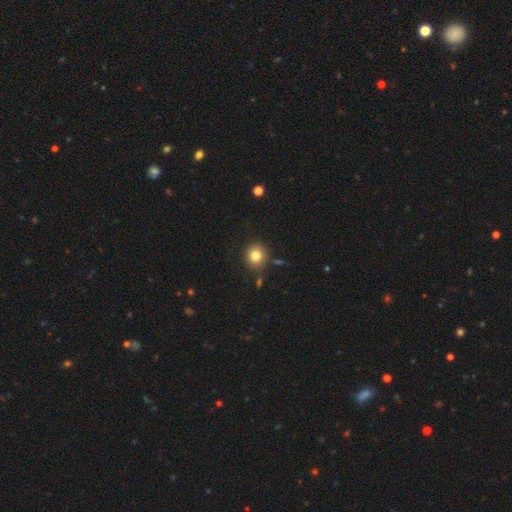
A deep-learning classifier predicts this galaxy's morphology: smooth-or-featured: smooth: 81% | star or artifact: 11% | featured or disk: 7%
  how-rounded: round: 88% | in between: 11% | cigar-shaped: 1%
  merging: none: 85% | minor disturbance: 9% | merger: 4% | major disturbance: 2%